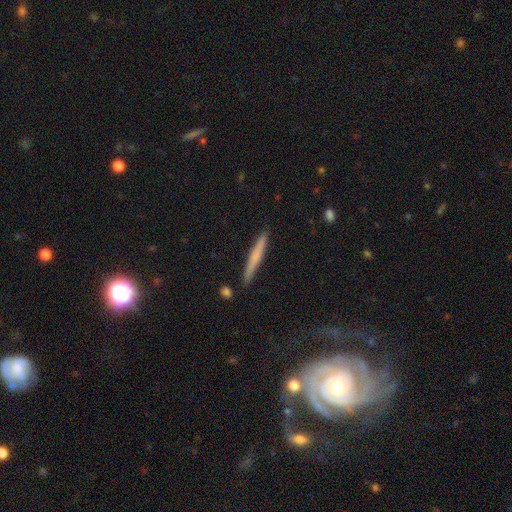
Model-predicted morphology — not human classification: A smooth galaxy with no disk features (59%) that is cigar-shaped (96%). Merging: none (88%).